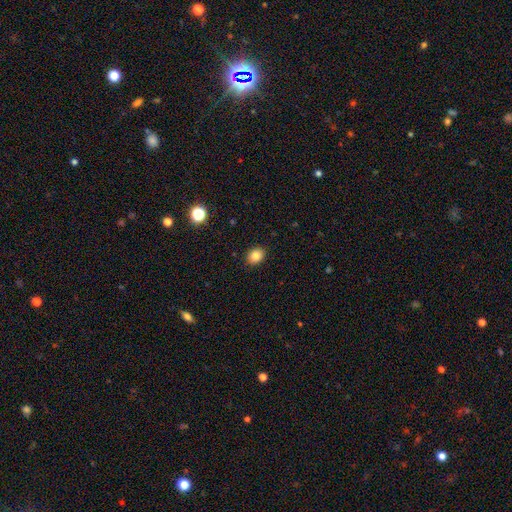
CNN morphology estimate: Smooth or featured?
  - smooth: 83% *
  - star or artifact: 11%
  - featured or disk: 6%
How rounded?
  - in between: 55% *
  - round: 44%
  - cigar-shaped: 1%
Merging?
  - none: 89% *
  - minor disturbance: 8%
  - major disturbance: 2%
  - merger: 1%